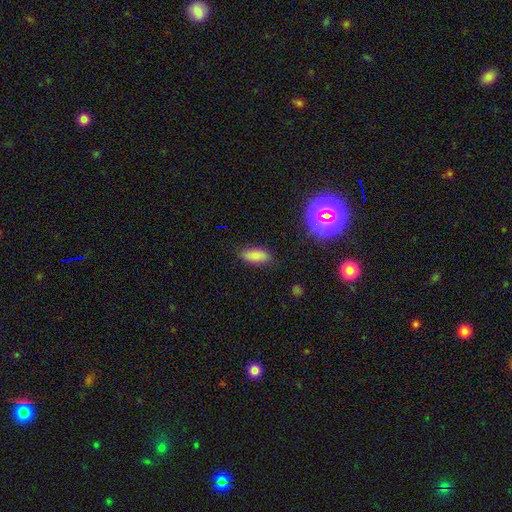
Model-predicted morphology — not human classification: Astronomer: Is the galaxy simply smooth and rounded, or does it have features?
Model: smooth — 77%.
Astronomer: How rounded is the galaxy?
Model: in between — 85%.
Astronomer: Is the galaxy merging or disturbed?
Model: none — 83%.